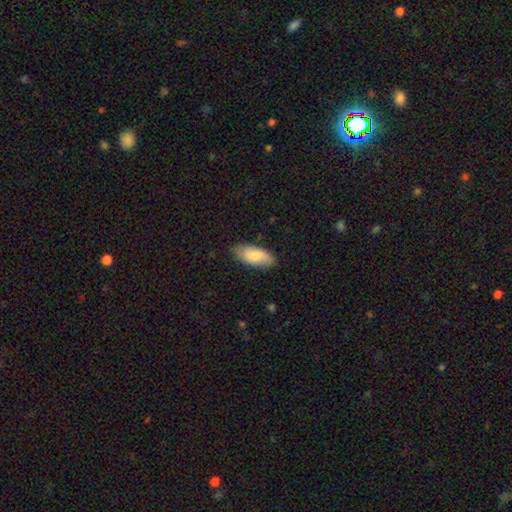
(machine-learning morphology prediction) Smooth or featured: smooth — 81% (featured or disk — 13%)
How rounded: in between — 88% (cigar-shaped — 10%)
Merging: none — 80% (minor disturbance — 16%)